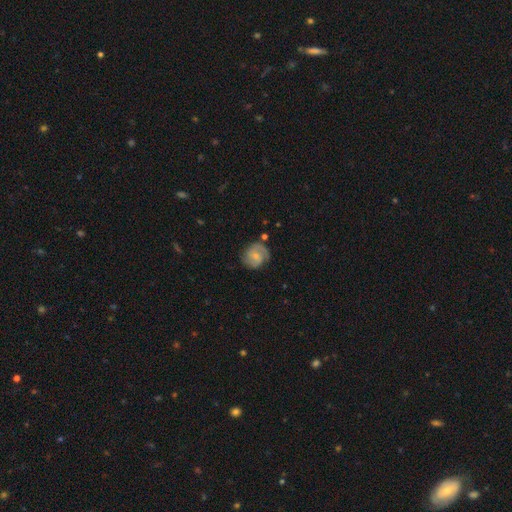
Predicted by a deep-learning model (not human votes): featured or disk 67%, smooth 27%, star or artifact 7%. Down the decision tree: edge-on disk — no (98%); bar — no (58%); spiral arms — yes (92%); spiral arm count — 2 (65%); spiral winding — medium (43%); bulge size — small (64%); merging — none (72%).